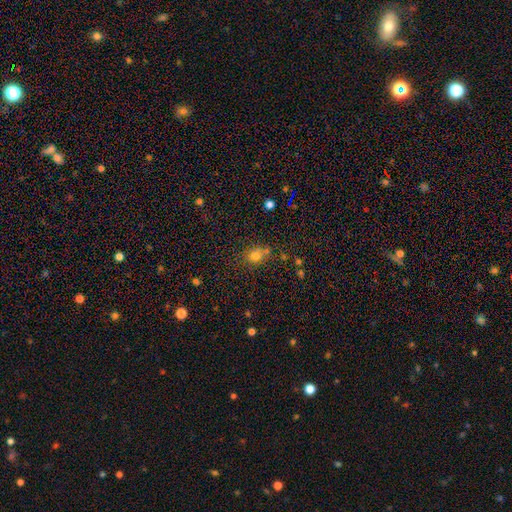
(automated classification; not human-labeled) This is likely a smooth galaxy (75%). How rounded: likely round (61%). Merging: likely none (65%).